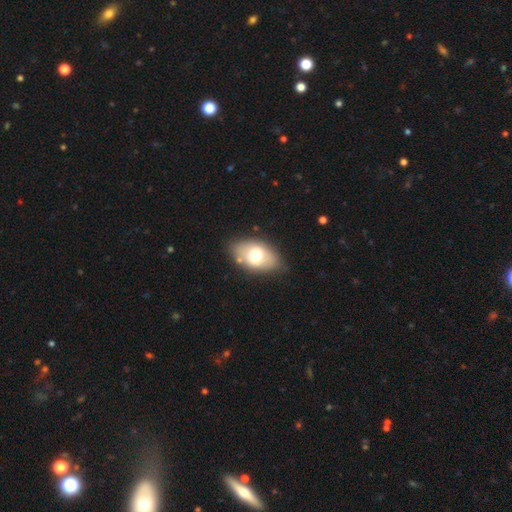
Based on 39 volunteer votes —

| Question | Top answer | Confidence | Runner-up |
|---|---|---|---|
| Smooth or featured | smooth | 74% | featured or disk (23%) |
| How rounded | in between | 83% | round (17%) |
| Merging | none | 76% | minor disturbance (16%) |